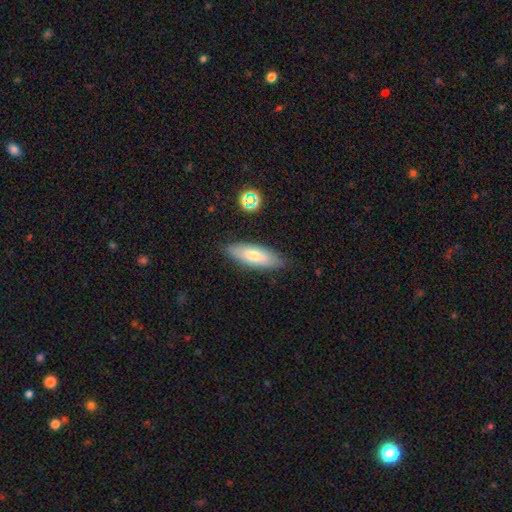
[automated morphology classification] Smooth or featured?
  - smooth: 69% *
  - featured or disk: 24%
  - star or artifact: 7%
How rounded?
  - in between: 66% *
  - cigar-shaped: 32%
  - round: 2%
Merging?
  - none: 83% *
  - minor disturbance: 13%
  - major disturbance: 3%
  - merger: 2%